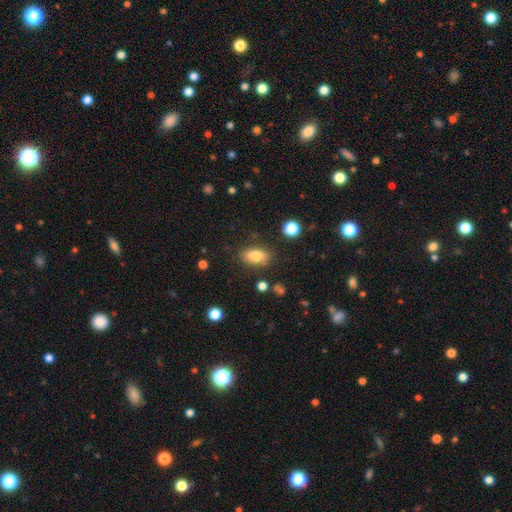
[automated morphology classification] A smooth galaxy with no disk features (81%) that is in between round and cigar-shaped (86%).

Vote fractions:
- Smooth or featured? smooth: 81% / featured or disk: 9% / star or artifact: 9%
- How rounded? in between: 86% / cigar-shaped: 8% / round: 6%
- Merging? none: 82% / minor disturbance: 12% / major disturbance: 4% / merger: 3%